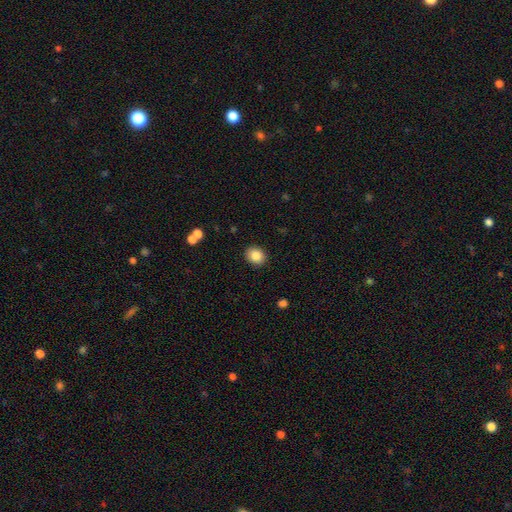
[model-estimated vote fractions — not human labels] The model was most divided on "how rounded": round: 63%, in between: 37%, cigar-shaped: 1%. More confident: merging — none (90%); smooth or featured — smooth (85%).